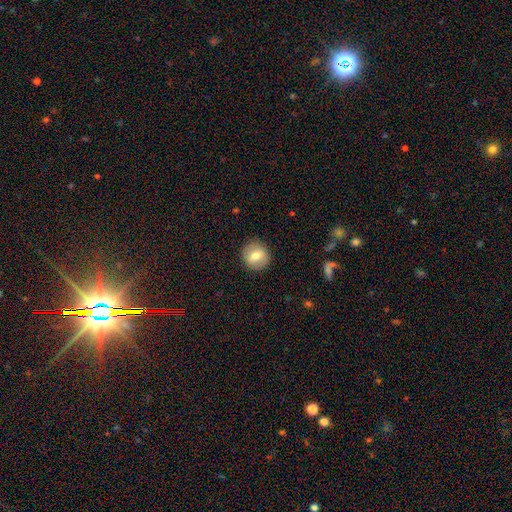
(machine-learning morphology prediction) Smooth or featured: smooth — 62% (featured or disk — 30%)
How rounded: round — 86% (in between — 13%)
Merging: none — 88% (minor disturbance — 8%)